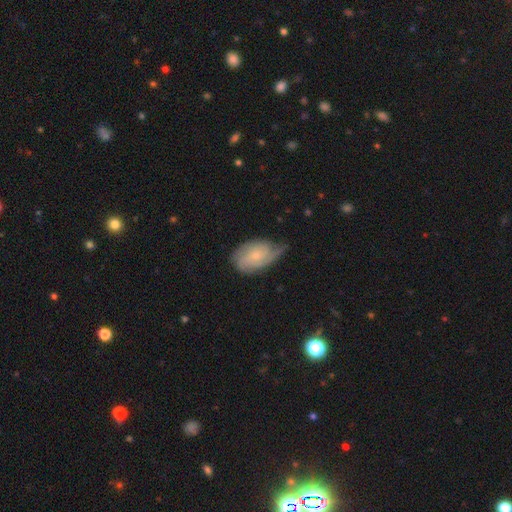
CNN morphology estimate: A featured or disk galaxy (61%) with no bar (68%), 2 (34%, tied with can't tell) tight (47%) spiral arms (88%) and a small central bulge (68%).

Vote fractions:
- Smooth or featured? featured or disk: 61% / smooth: 33% / star or artifact: 7%
- Edge-on disk? no: 95% / yes: 5%
- Bar? no: 68% / weak: 28% / strong: 4%
- Spiral arms? yes: 88% / no: 12%
- Spiral winding? tight: 47% / medium: 36% / loose: 17%
- Spiral arm count? 2: 34% (tied) / can't tell: 34% (tied) / 3: 13% / 1: 13% / 4: 4% / more than 4: 3%
- Bulge size? small: 68% / moderate: 26% / none: 4% / large: 1% / dominant: 1%
- Merging? none: 46% / minor disturbance: 39% / major disturbance: 14% / merger: 2%